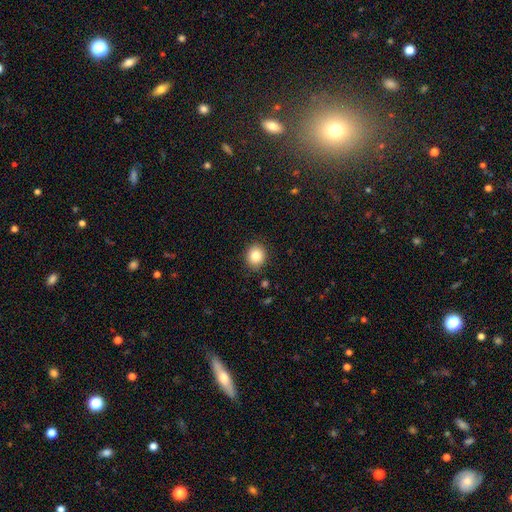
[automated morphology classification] Smooth or featured? smooth (85%)
How rounded? round (74%)
Merging? none (88%)